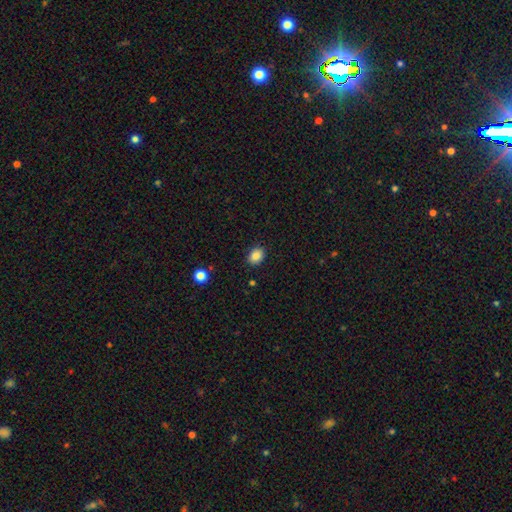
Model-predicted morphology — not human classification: smooth-or-featured: smooth: 86% | star or artifact: 9% | featured or disk: 5%
  how-rounded: in between: 65% | round: 34% | cigar-shaped: 1%
  merging: none: 88% | minor disturbance: 9% | major disturbance: 2% | merger: 1%